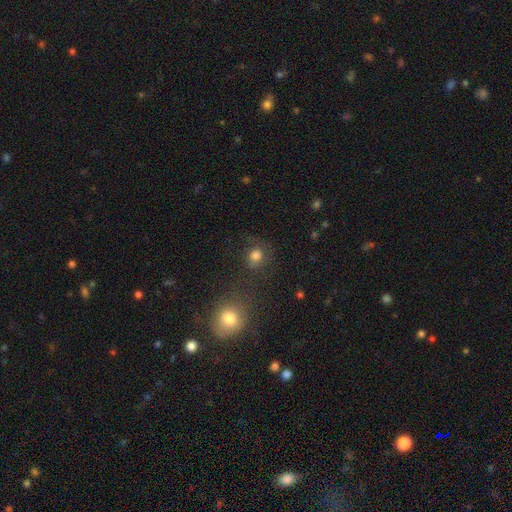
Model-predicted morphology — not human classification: Smooth or featured? smooth (78%)
How rounded? round (75%)
Merging? none (64%)